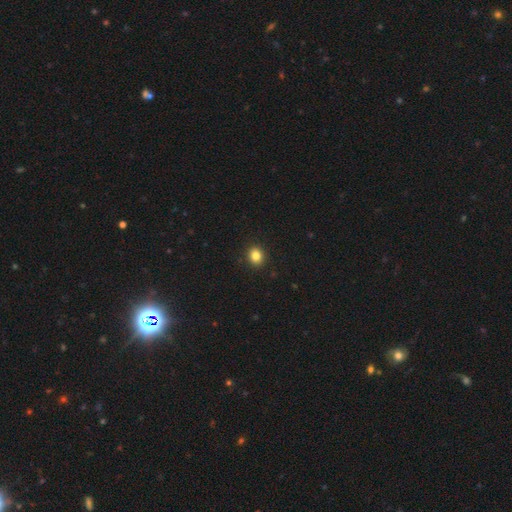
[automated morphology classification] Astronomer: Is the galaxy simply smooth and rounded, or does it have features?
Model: smooth — 84%.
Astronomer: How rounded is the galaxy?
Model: round — 70%.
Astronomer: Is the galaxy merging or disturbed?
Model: none — 92%.